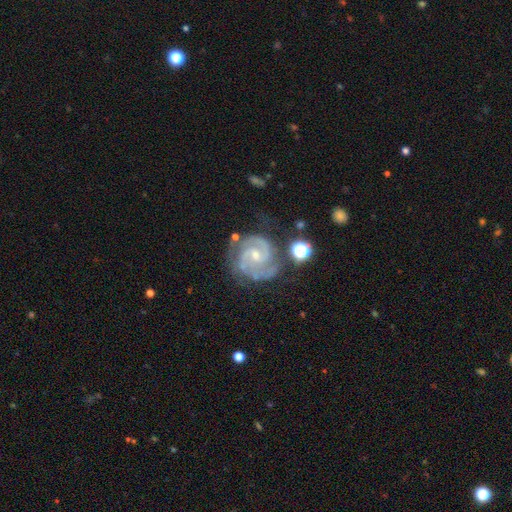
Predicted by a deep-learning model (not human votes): smooth-or-featured: featured or disk: 91% | star or artifact: 5% | smooth: 4%
  disk-edge-on: no: 98% | yes: 2%
    bar: no: 46% | weak: 44% | strong: 10%
    has-spiral-arms: yes: 98% | no: 2%
      spiral-winding: tight: 54% | medium: 41% | loose: 5%
      spiral-arm-count: 2: 74% | 3: 15% | can't tell: 5% | 4: 2% | 1: 2% | more than 4: 2%
    bulge-size: small: 61% | moderate: 34% | none: 3% | large: 1% | dominant: 1%
  merging: none: 68% | minor disturbance: 21% | major disturbance: 7% | merger: 4%